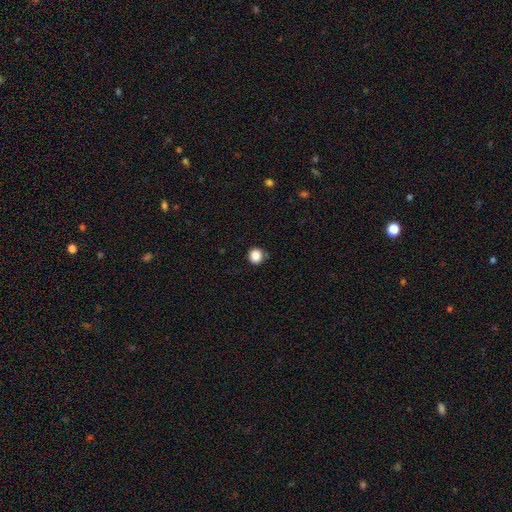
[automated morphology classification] A smooth galaxy with no disk features (87%) that is round (84%).

Vote fractions:
- Smooth or featured? smooth: 87% / star or artifact: 10% / featured or disk: 3%
- How rounded? round: 84% / in between: 15% / cigar-shaped: 1%
- Merging? none: 86% / minor disturbance: 10% / major disturbance: 2% / merger: 2%